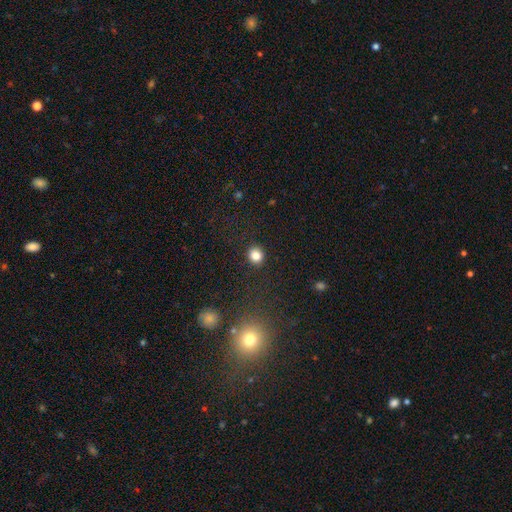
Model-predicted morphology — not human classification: smooth 84%, star or artifact 11%, featured or disk 4%. Down the decision tree: how rounded — round (81%); merging — none (90%).